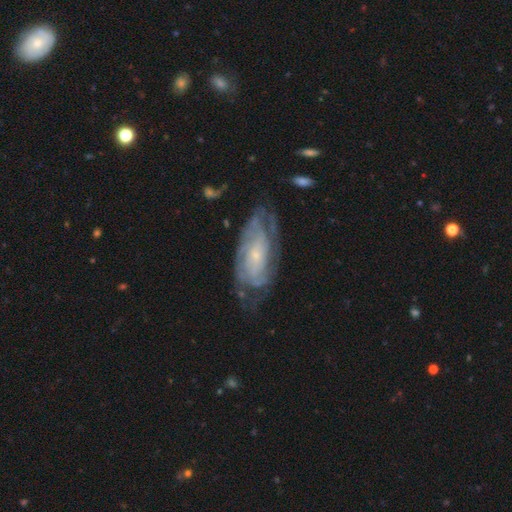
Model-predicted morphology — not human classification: Overall: featured or disk (79%). Edge-on disk: no (93%). Bar: no (70%). Spiral arms: yes (89%). Spiral arm count: can't tell (50%; 2 23%). Spiral winding: tight (63%; medium 29%). Bulge size: small (75%). Merging: none (62%; minor disturbance 23%).